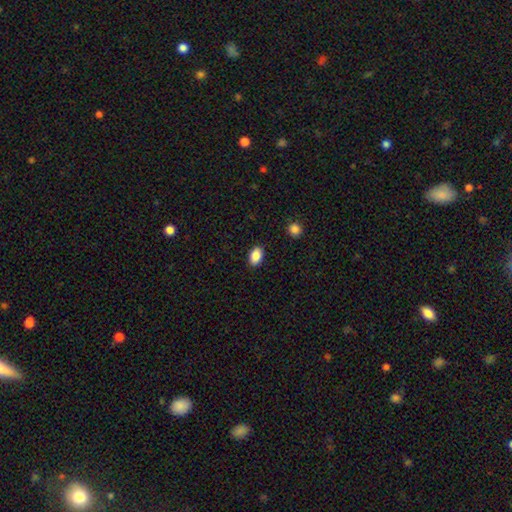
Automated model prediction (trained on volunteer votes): A smooth galaxy with no disk features (88%) that is in between round and cigar-shaped (89%).

Vote fractions:
- Smooth or featured? smooth: 88% / star or artifact: 8% / featured or disk: 4%
- How rounded? in between: 89% / round: 10% / cigar-shaped: 1%
- Merging? none: 89% / minor disturbance: 8% / major disturbance: 2% / merger: 1%